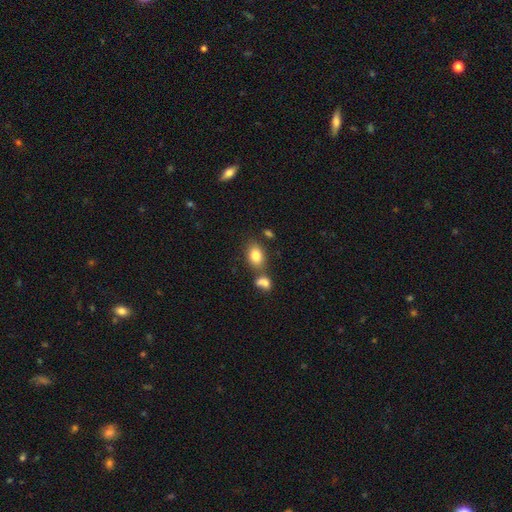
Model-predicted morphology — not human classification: Smooth or featured? Predicted: smooth (p=0.82). How rounded? Predicted: in between (p=0.80). Merging? Predicted: none (p=0.63).